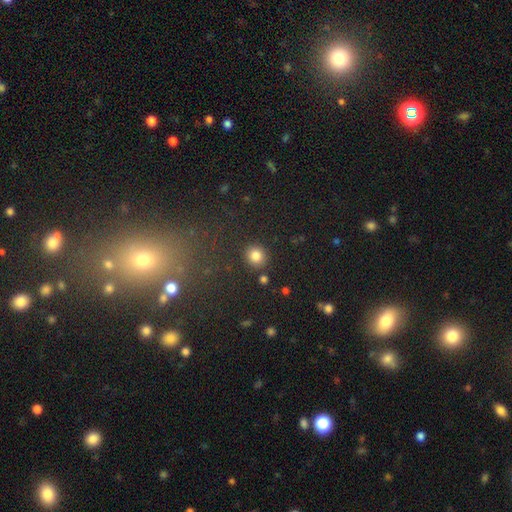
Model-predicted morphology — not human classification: The model was most divided on "smooth or featured": smooth: 83%, star or artifact: 12%, featured or disk: 5%. More confident: merging — none (88%); how rounded — round (87%).